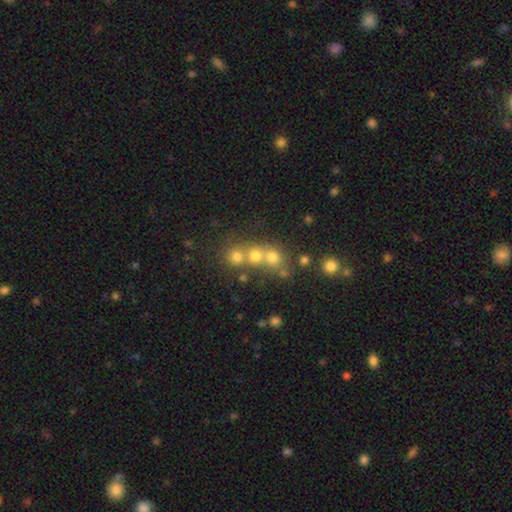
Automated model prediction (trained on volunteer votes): This appears to be a smooth galaxy with no disk features (64%) that is round (83%). Merging: merger (51%).